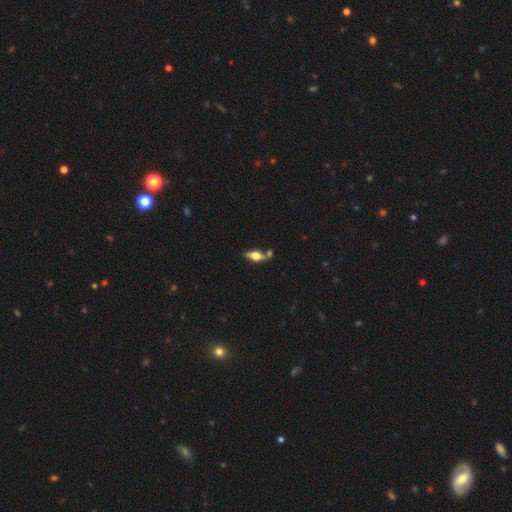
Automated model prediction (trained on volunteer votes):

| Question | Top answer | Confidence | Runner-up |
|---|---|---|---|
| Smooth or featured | smooth | 51% | featured or disk (41%) |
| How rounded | in between | 74% | cigar-shaped (20%) |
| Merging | none | 62% | merger (18%) |